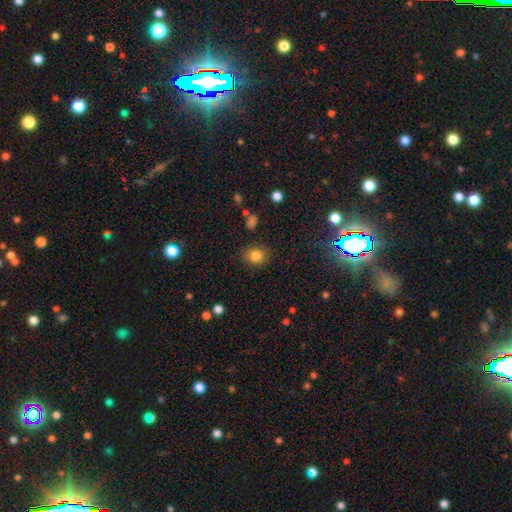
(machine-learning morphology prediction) Q: Smooth or featured?
A: smooth (82%); runner-up: star or artifact (12%)
Q: How rounded?
A: round (74%); runner-up: in between (25%)
Q: Merging?
A: none (83%); runner-up: minor disturbance (12%)